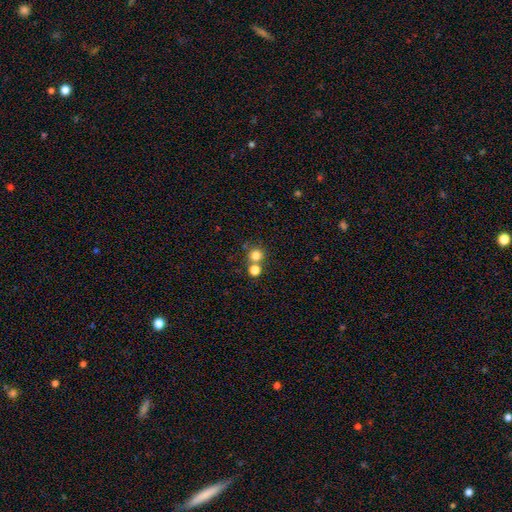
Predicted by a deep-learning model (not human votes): This appears to be a smooth galaxy with no disk features (79%) that is round (92%). Merging: none (62%).